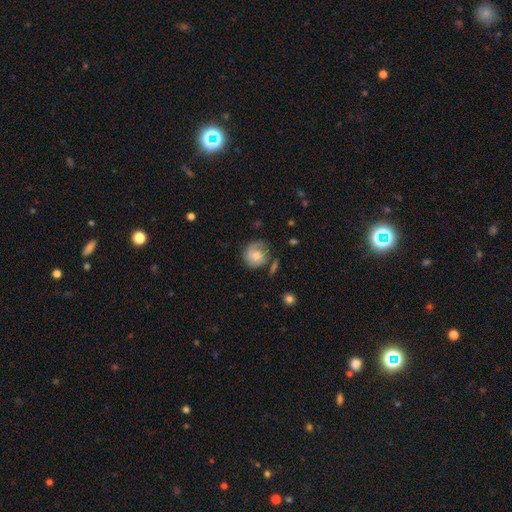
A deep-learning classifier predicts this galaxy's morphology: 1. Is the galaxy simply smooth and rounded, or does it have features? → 56% smooth, 36% featured or disk, 8% star or artifact.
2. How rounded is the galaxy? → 82% round, 17% in between, 1% cigar-shaped.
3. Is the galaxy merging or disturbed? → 60% none, 24% minor disturbance, 11% major disturbance, 6% merger.